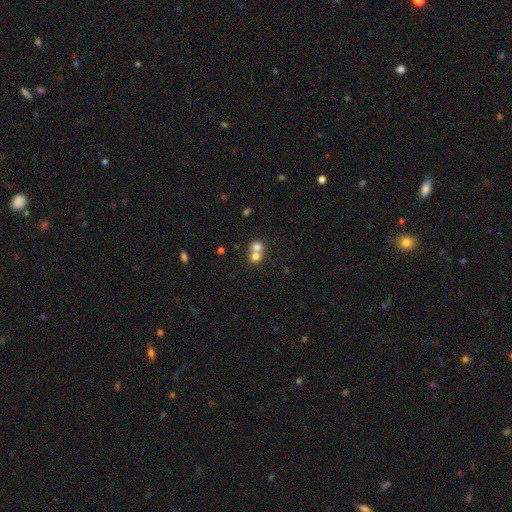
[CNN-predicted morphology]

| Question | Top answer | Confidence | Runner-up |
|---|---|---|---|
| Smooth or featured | smooth | 74% | featured or disk (16%) |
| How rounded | round | 77% | in between (22%) |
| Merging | merger | 66% | none (27%) |